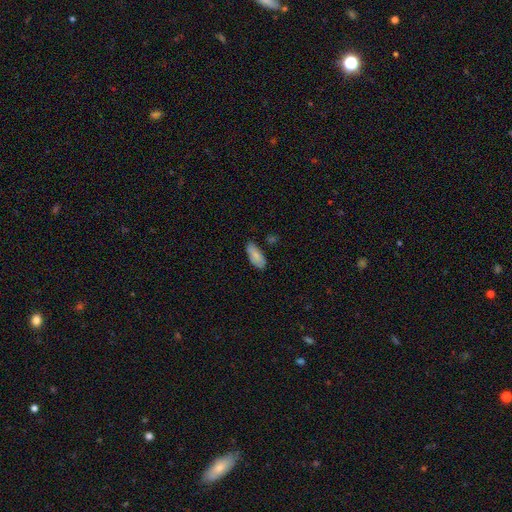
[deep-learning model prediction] smooth_or_featured: smooth (p=0.82) [alt: featured or disk p=0.12]
how_rounded: in between (p=0.85) [alt: cigar-shaped p=0.13]
merging: none (p=0.70) [alt: minor disturbance p=0.23]